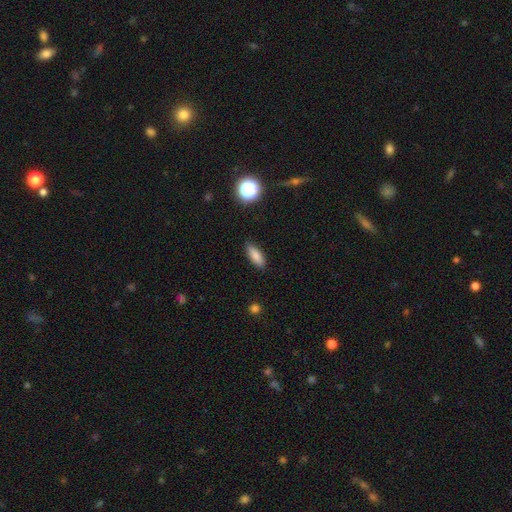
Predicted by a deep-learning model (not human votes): smooth-or-featured: smooth: 83% | star or artifact: 8% | featured or disk: 8%
  how-rounded: in between: 66% | cigar-shaped: 32% | round: 3%
  merging: none: 86% | minor disturbance: 11% | major disturbance: 2% | merger: 1%